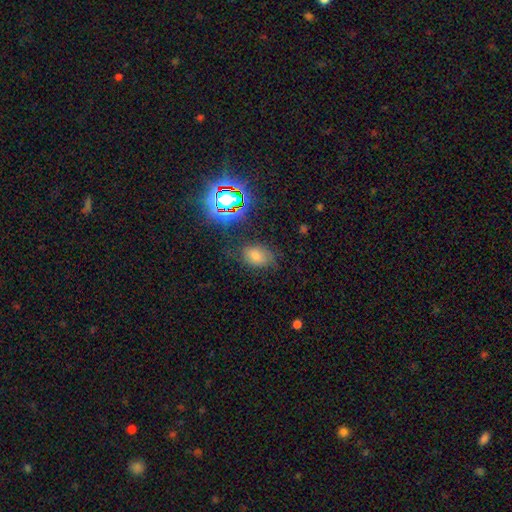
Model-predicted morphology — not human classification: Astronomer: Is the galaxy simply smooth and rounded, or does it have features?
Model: smooth — 57%.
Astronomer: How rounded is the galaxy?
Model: in between — 78%.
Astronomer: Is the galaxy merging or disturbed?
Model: none — 73%.